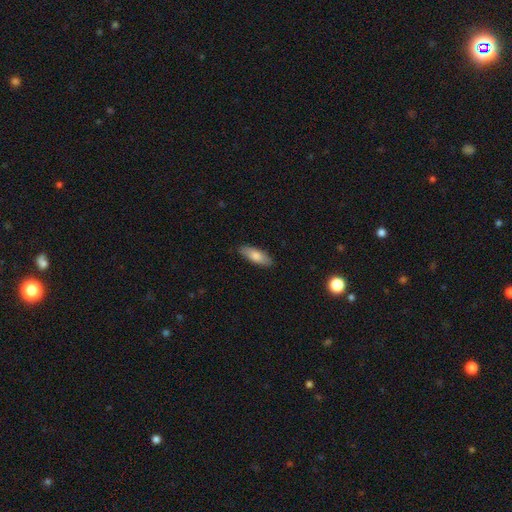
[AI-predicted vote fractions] A smooth galaxy with no disk features (77%) that is in between round and cigar-shaped (65%).

Vote fractions:
- Smooth or featured? smooth: 77% / featured or disk: 17% / star or artifact: 6%
- How rounded? in between: 65% / cigar-shaped: 33% / round: 2%
- Merging? none: 86% / minor disturbance: 11% / major disturbance: 2% / merger: 1%